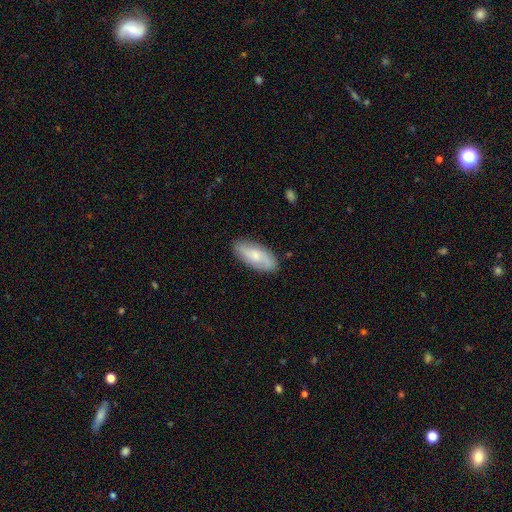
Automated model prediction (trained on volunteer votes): Morphology: type=smooth (59%); roundness=in between (85%); merging=none (85%).